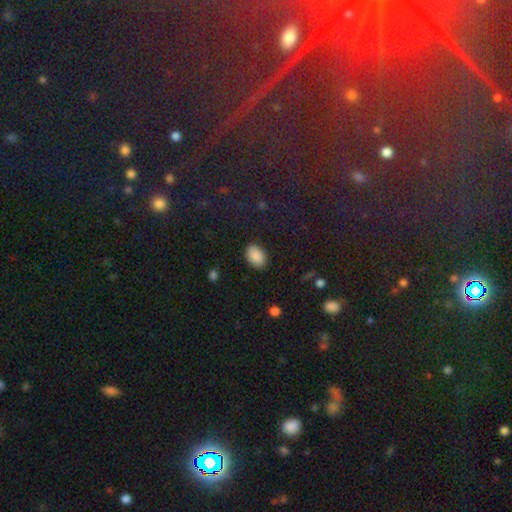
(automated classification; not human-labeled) A smooth galaxy with no disk features (88%) that is in between round and cigar-shaped (87%).

Vote fractions:
- Smooth or featured? smooth: 88% / star or artifact: 7% / featured or disk: 4%
- How rounded? in between: 87% / round: 12% / cigar-shaped: 1%
- Merging? none: 86% / minor disturbance: 10% / major disturbance: 2% / merger: 1%